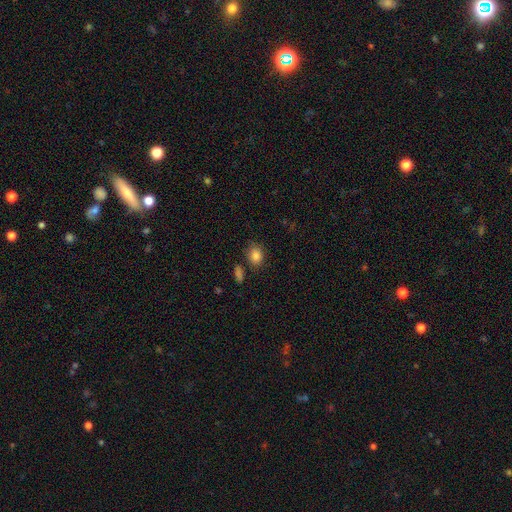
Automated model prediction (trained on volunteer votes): Q: Smooth or featured?
A: smooth (85%); runner-up: star or artifact (10%)
Q: How rounded?
A: in between (54%); runner-up: round (44%)
Q: Merging?
A: none (77%); runner-up: minor disturbance (14%)